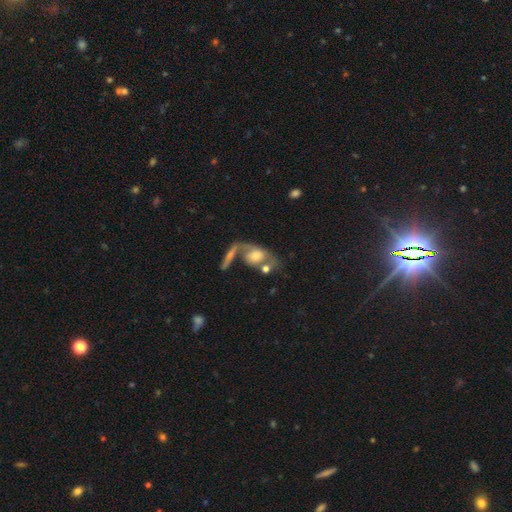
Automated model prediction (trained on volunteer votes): featured or disk 49%, smooth 42%, star or artifact 9%. Down the decision tree: merging — merger (39%).